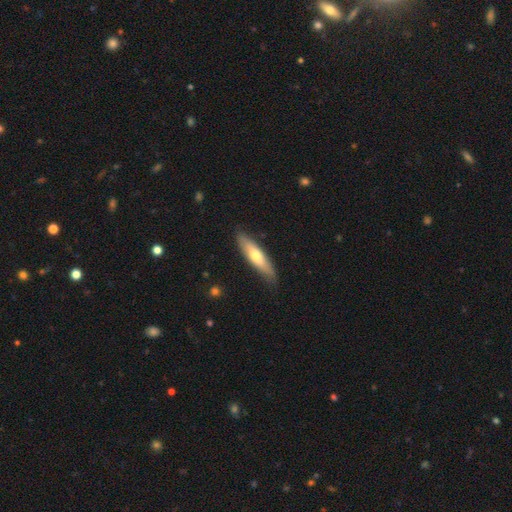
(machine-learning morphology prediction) Smooth or featured? Predicted: smooth (p=0.60). How rounded? Predicted: cigar-shaped (p=0.68). Merging? Predicted: none (p=0.82).